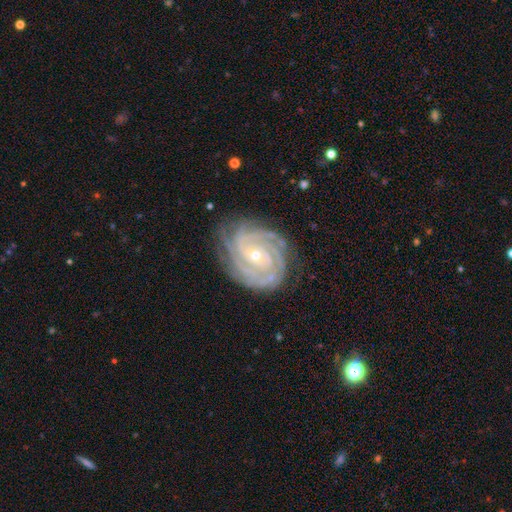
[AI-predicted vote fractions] Morphology: type=featured or disk (91%); edge-on=no (97%); bar=no (62%); spiral arms=yes (99%); winding=tight (84%); arm count=4 (30%); bulge=small (69%); merging=none (80%).